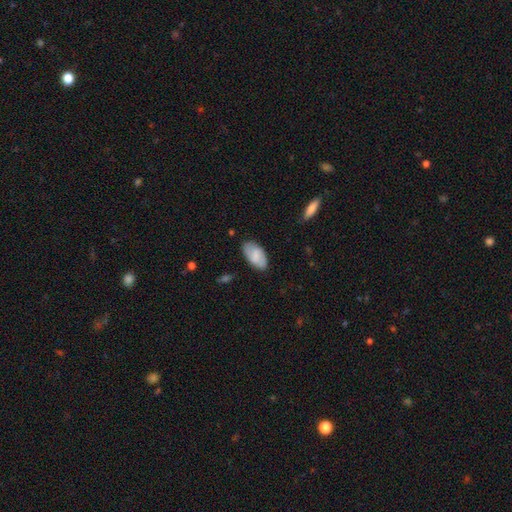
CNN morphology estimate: This appears to be a smooth galaxy with no disk features (67%) that is in between round and cigar-shaped (95%). Merging: none (79%).